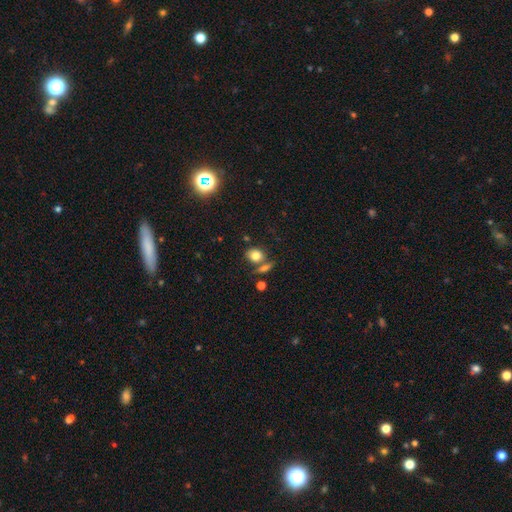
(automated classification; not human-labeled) smooth_or_featured: smooth (p=0.79) [alt: featured or disk p=0.11]
how_rounded: round (p=0.53) [alt: in between p=0.45]
merging: none (p=0.59) [alt: merger p=0.24]